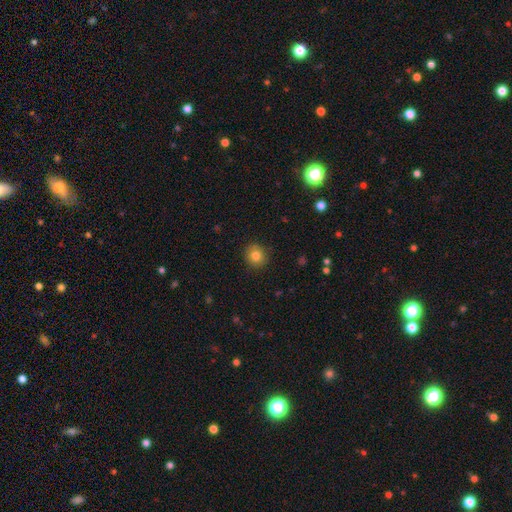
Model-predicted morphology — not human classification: Smooth or featured? Predicted: smooth (p=0.81). How rounded? Predicted: round (p=0.89). Merging? Predicted: none (p=0.89).